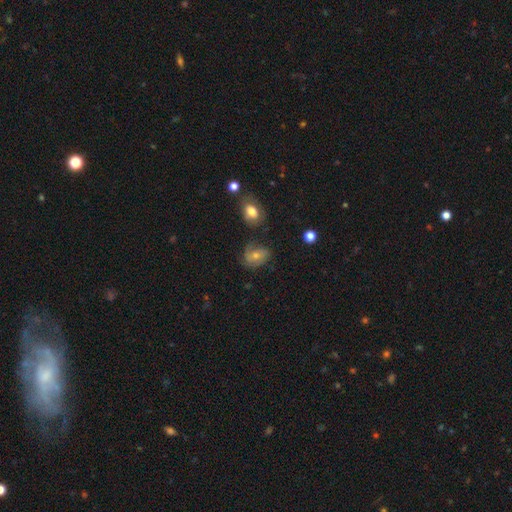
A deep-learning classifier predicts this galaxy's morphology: Smooth or featured? Predicted: smooth (p=0.52). How rounded? Predicted: in between (p=0.66). Merging? Predicted: none (p=0.57).